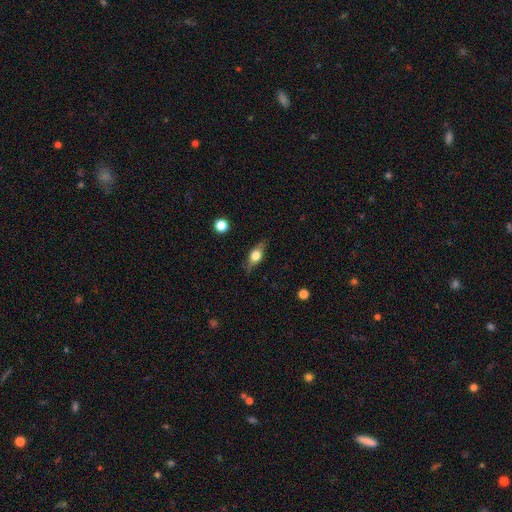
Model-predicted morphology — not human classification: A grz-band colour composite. It shows a featured or disk galaxy (48%). Merging: none (82%).